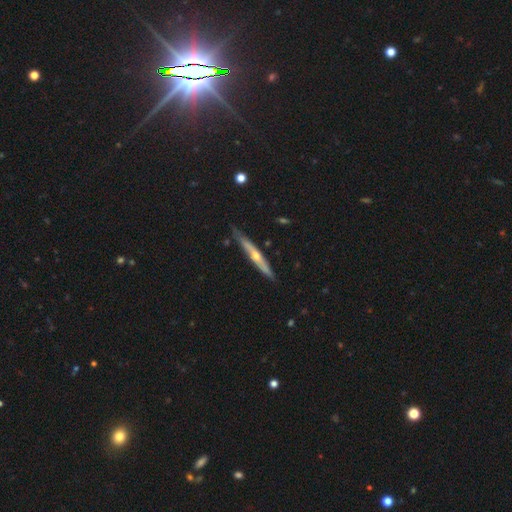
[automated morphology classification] type=featured or disk (66%); edge-on=yes (94%); edge-on bulge=rounded (81%); merging=none (82%).